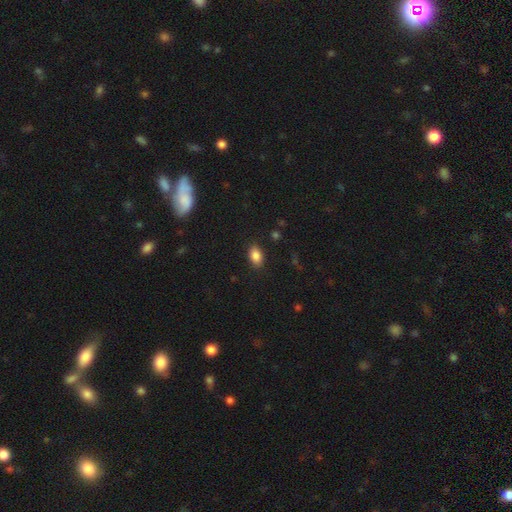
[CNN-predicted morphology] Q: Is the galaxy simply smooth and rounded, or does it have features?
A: smooth — 86%.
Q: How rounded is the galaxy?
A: in between — 88%.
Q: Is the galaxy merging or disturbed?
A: none — 87%.